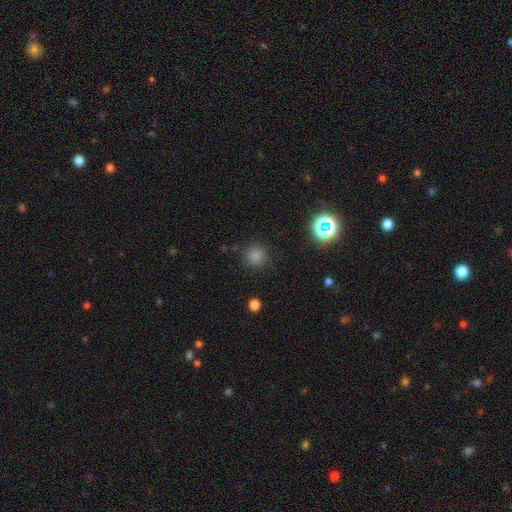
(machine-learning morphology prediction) Smooth or featured?
  - smooth: 79% *
  - star or artifact: 16%
  - featured or disk: 5%
How rounded?
  - round: 94% *
  - in between: 5%
  - cigar-shaped: 1%
Merging?
  - none: 87% *
  - minor disturbance: 8%
  - major disturbance: 3%
  - merger: 2%